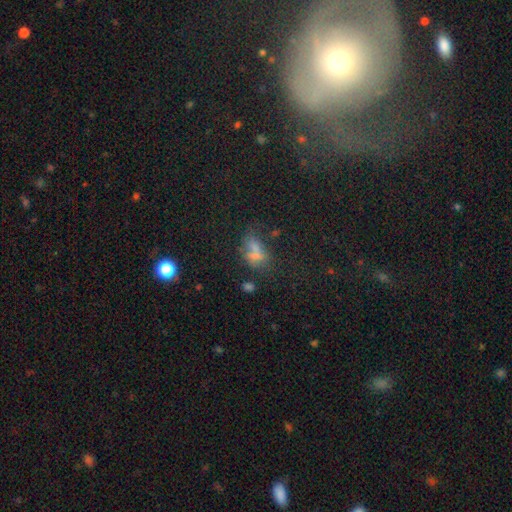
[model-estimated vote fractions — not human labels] Smooth or featured? smooth (48%)
Merging? none (40%)